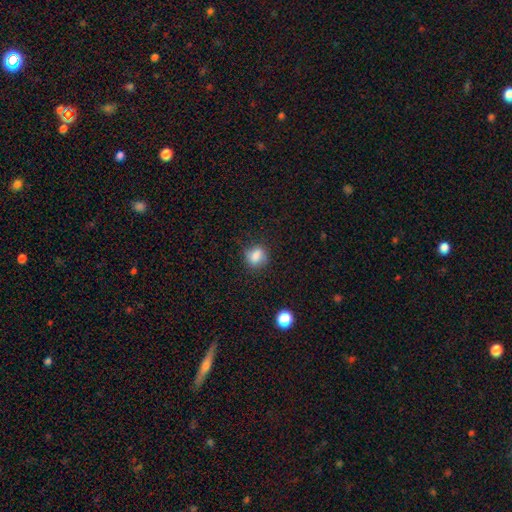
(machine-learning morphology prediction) Smooth or featured?
  - smooth: 82% *
  - star or artifact: 10%
  - featured or disk: 8%
How rounded?
  - round: 51% *
  - in between: 47%
  - cigar-shaped: 2%
Merging?
  - none: 73% *
  - minor disturbance: 20%
  - major disturbance: 5%
  - merger: 2%